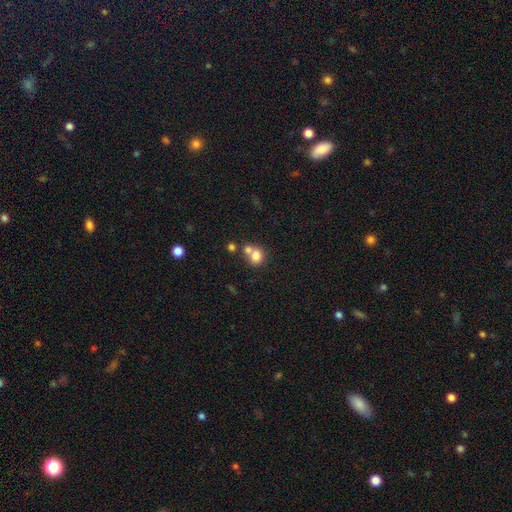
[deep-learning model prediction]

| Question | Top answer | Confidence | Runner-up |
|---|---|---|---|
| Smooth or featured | smooth | 78% | featured or disk (12%) |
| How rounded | round | 71% | in between (28%) |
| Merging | merger | 48% | none (40%) |